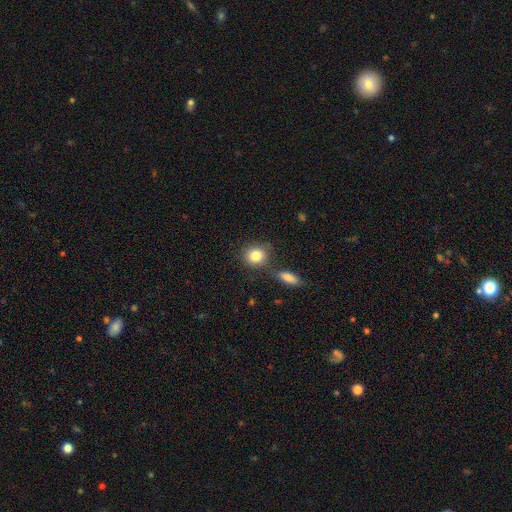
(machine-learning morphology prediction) A smooth galaxy with no disk features (83%) that is round (76%).

Vote fractions:
- Smooth or featured? smooth: 83% / star or artifact: 9% / featured or disk: 8%
- How rounded? round: 76% / in between: 22% / cigar-shaped: 1%
- Merging? none: 74% / merger: 11% / minor disturbance: 11% / major disturbance: 3%